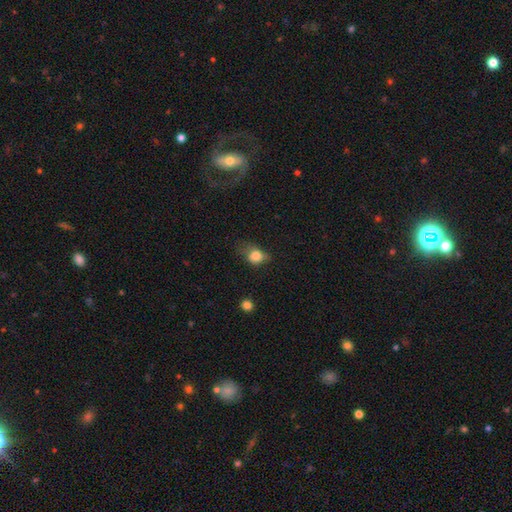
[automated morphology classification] Overall: smooth (80%). How rounded: round (49%, tied with in between). Merging: minor disturbance (38%; none 34%).